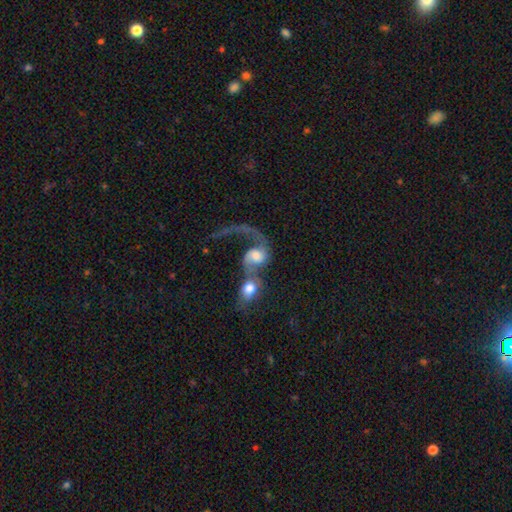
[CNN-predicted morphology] This is likely a featured or disk galaxy (63%). It is clearly not viewed edge-on (96%). Bar: likely no (61%). Spiral arm pattern: clearly yes (86%). Spiral arm count: possibly 1 (48%). Spiral winding: clearly loose (83%). Central bulge: marginally moderate (41%). Merging: likely merger (74%).